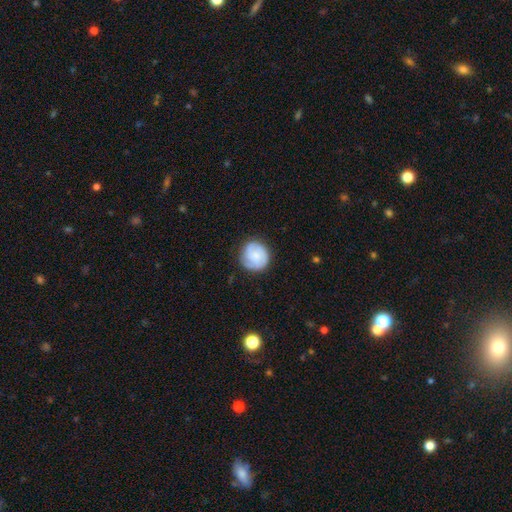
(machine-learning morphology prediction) Smooth or featured? Predicted: featured or disk (p=0.50). Merging? Predicted: none (p=0.77).